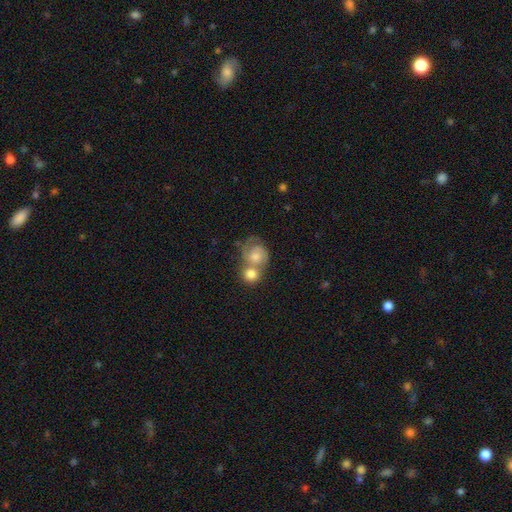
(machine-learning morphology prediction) The model was most divided on "smooth or featured": smooth: 49%, featured or disk: 44%, star or artifact: 8%. More confident: merging — merger (62%).